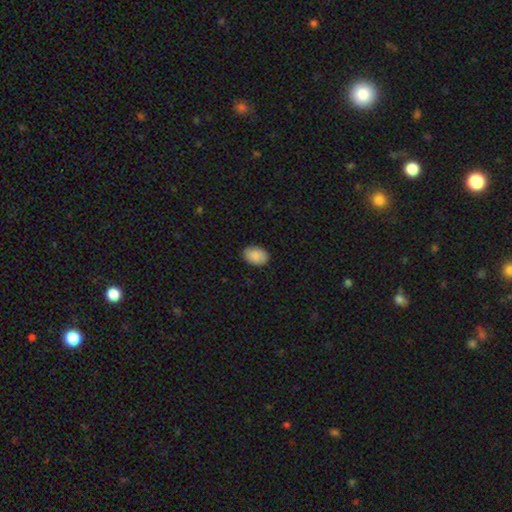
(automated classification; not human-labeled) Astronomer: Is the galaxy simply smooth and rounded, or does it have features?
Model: smooth — 90%.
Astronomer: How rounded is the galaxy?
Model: in between — 83%.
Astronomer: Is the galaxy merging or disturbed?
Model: none — 87%.